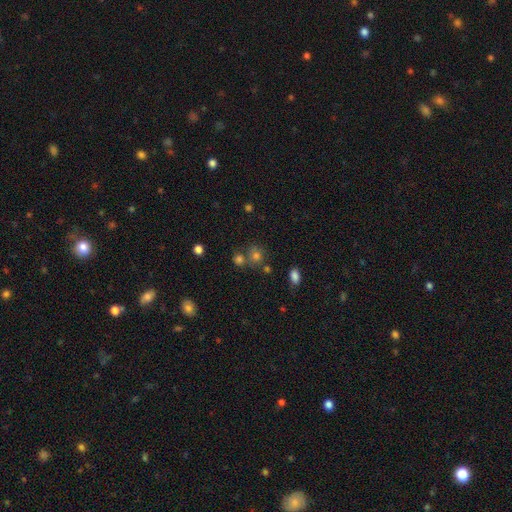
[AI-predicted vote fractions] A smooth galaxy with no disk features (64%) that is round (85%).

Vote fractions:
- Smooth or featured? smooth: 64% / star or artifact: 26% / featured or disk: 9%
- How rounded? round: 85% / in between: 14% / cigar-shaped: 1%
- Merging? none: 62% / merger: 25% / minor disturbance: 9% / major disturbance: 4%